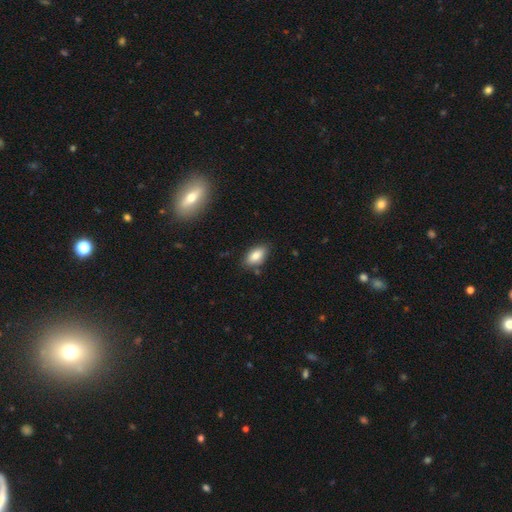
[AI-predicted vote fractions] Smooth or featured: smooth — 84% (featured or disk — 8%)
How rounded: in between — 91% (round — 5%)
Merging: none — 81% (minor disturbance — 13%)